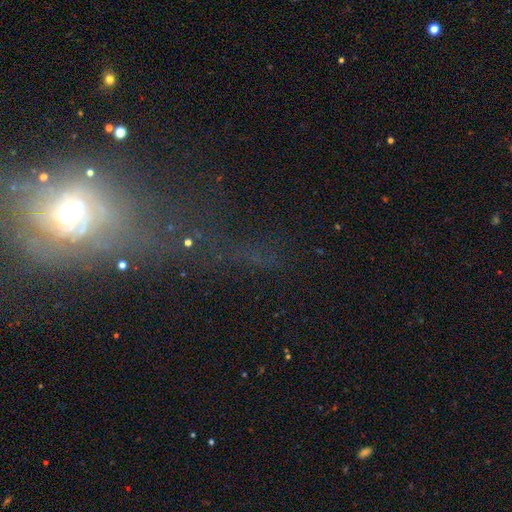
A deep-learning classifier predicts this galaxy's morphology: smooth-or-featured: star or artifact: 43% | featured or disk: 32% | smooth: 25%